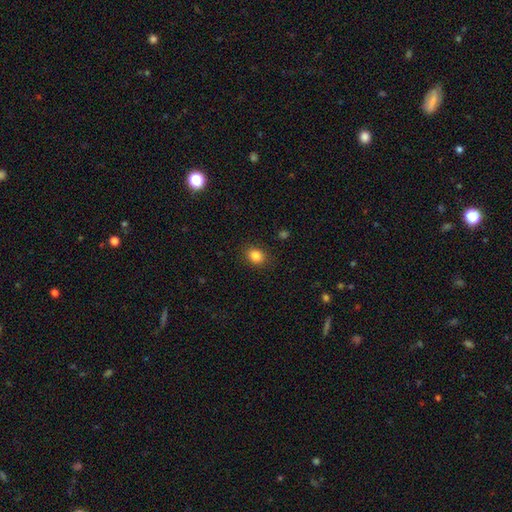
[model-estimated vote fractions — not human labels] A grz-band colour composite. It shows a smooth galaxy with no disk features (85%) that is in between round and cigar-shaped (51%). Merging: none (87%).